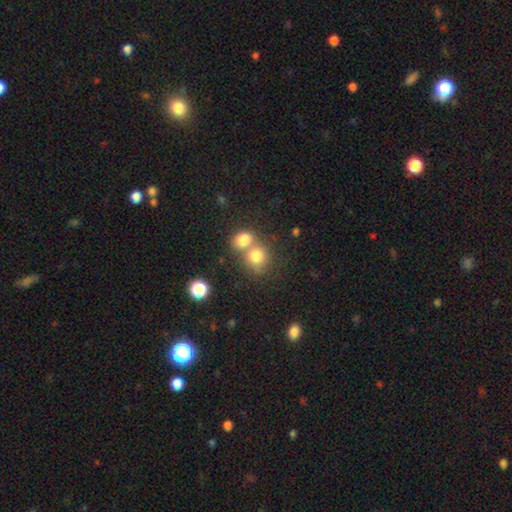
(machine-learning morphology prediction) A smooth galaxy with no disk features (77%) that is round (76%).

Vote fractions:
- Smooth or featured? smooth: 77% / star or artifact: 12% / featured or disk: 10%
- How rounded? round: 76% / in between: 23% / cigar-shaped: 1%
- Merging? merger: 53% / none: 37% / minor disturbance: 7% / major disturbance: 3%